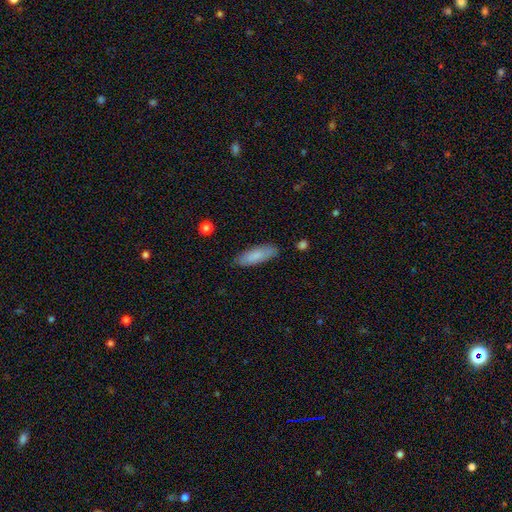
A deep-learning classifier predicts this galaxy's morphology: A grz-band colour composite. It shows a smooth galaxy with no disk features (83%) that is cigar-shaped (53%). Merging: none (85%).